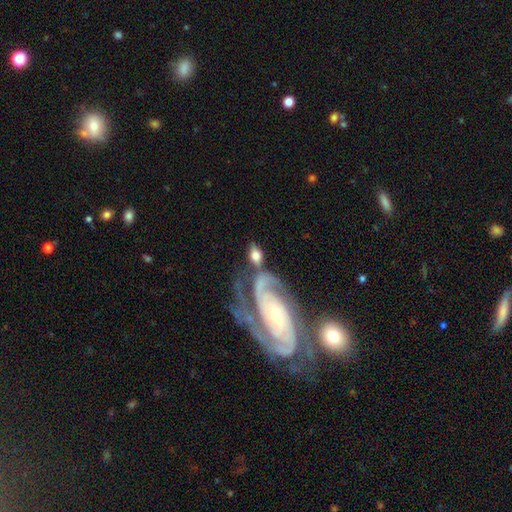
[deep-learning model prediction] smooth_or_featured: smooth (p=0.54) [alt: featured or disk p=0.39]
how_rounded: in between (p=0.84) [alt: round p=0.12]
merging: none (p=0.39) [alt: merger p=0.31]